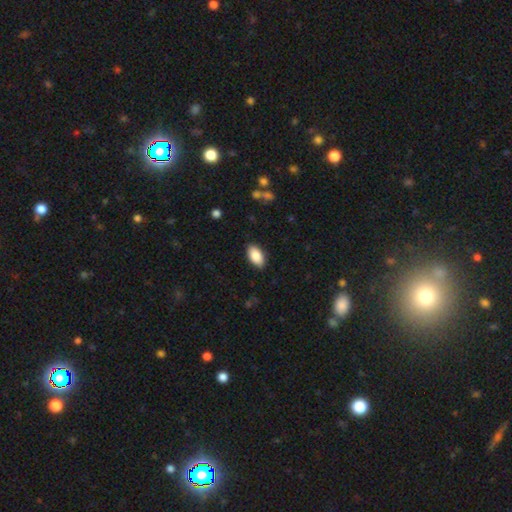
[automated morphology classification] type=smooth (87%); roundness=in between (95%); merging=none (88%).